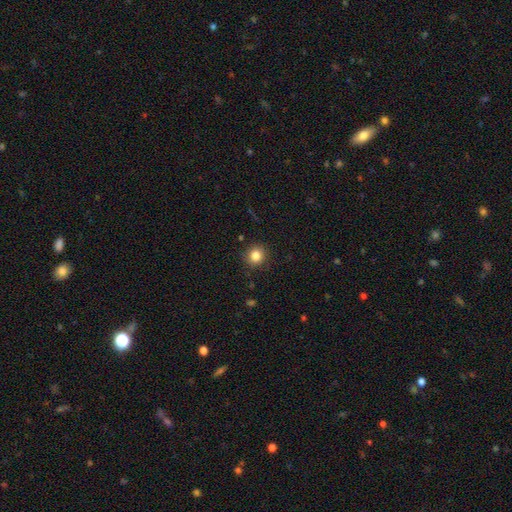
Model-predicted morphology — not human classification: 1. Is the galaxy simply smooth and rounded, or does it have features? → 83% smooth, 11% star or artifact, 6% featured or disk.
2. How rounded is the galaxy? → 90% round, 9% in between, 1% cigar-shaped.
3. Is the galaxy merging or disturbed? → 89% none, 8% minor disturbance, 2% major disturbance, 1% merger.